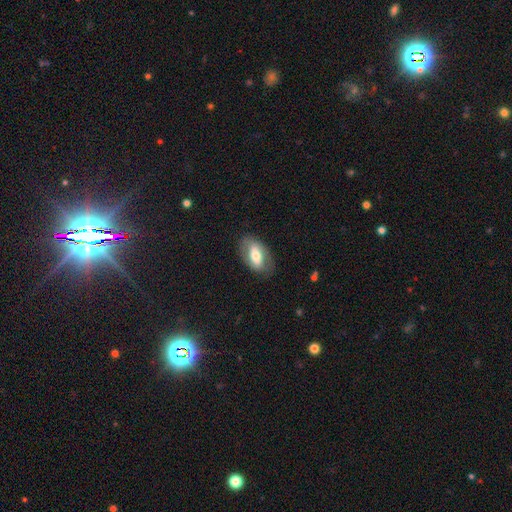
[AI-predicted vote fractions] This appears to be a smooth galaxy with no disk features (53%) that is in between round and cigar-shaped (91%). Merging: none (77%).